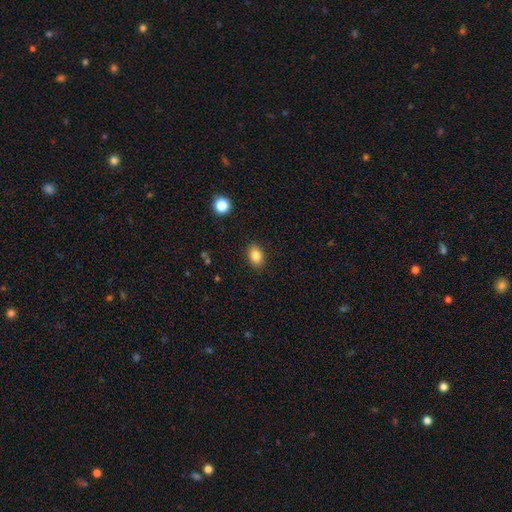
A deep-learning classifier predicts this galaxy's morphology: Smooth or featured?
  - smooth: 84% *
  - star or artifact: 9%
  - featured or disk: 6%
How rounded?
  - in between: 81% *
  - round: 17%
  - cigar-shaped: 1%
Merging?
  - none: 88% *
  - minor disturbance: 8%
  - major disturbance: 2%
  - merger: 1%